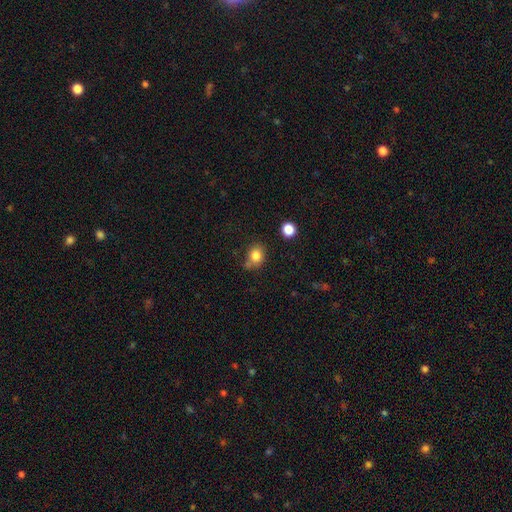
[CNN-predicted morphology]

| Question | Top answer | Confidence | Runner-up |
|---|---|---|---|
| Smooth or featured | smooth | 82% | star or artifact (11%) |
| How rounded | round | 61% | in between (38%) |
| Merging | none | 62% | minor disturbance (23%) |